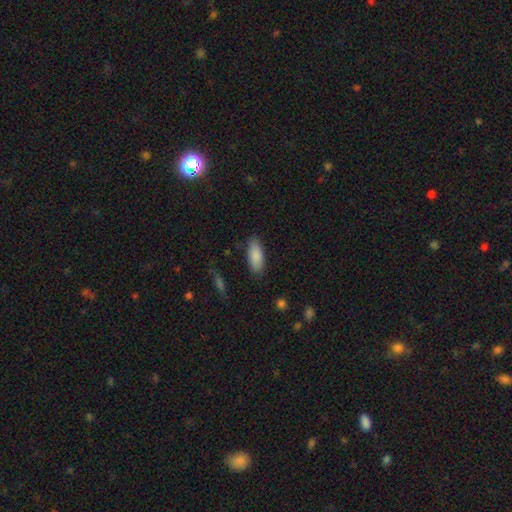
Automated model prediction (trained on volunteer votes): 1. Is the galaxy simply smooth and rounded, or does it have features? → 88% smooth, 6% star or artifact, 6% featured or disk.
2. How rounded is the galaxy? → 81% in between, 17% cigar-shaped, 2% round.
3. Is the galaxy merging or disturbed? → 84% none, 12% minor disturbance, 3% major disturbance, 1% merger.